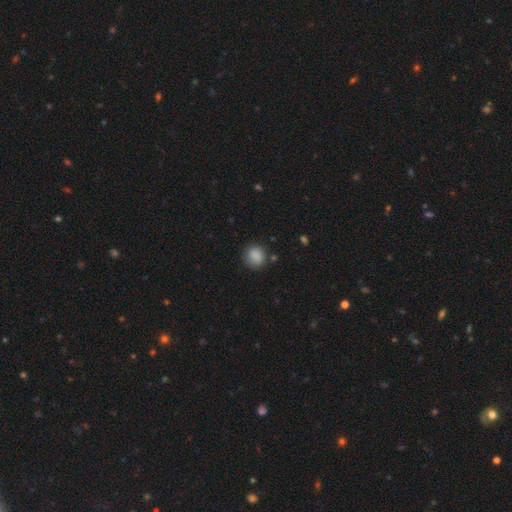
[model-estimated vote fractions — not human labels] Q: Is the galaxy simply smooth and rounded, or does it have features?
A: smooth — 87%.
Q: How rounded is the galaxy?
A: round — 81%.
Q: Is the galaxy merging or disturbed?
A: none — 81%.